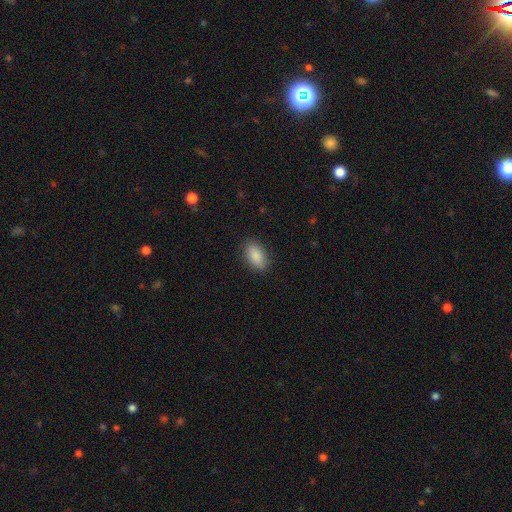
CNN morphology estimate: This is clearly a smooth galaxy (88%). How rounded: clearly in between (91%). Merging: clearly none (86%).